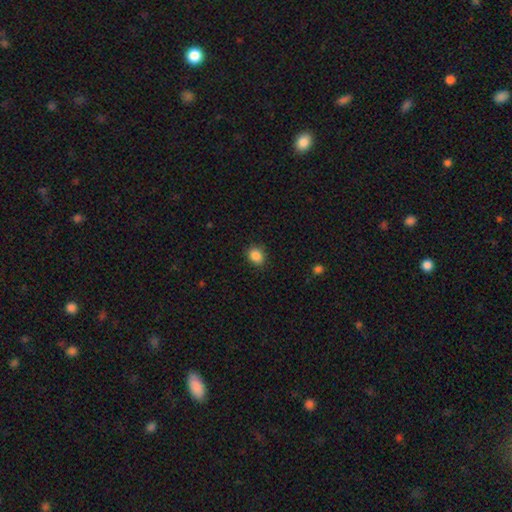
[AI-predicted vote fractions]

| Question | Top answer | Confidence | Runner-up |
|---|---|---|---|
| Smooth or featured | smooth | 86% | star or artifact (10%) |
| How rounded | round | 52% | in between (47%) |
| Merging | none | 85% | minor disturbance (11%) |